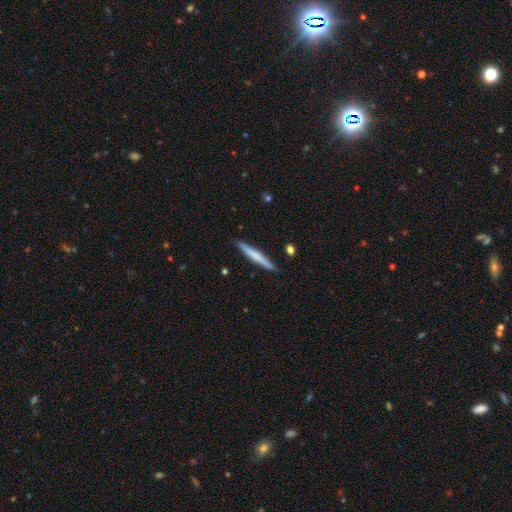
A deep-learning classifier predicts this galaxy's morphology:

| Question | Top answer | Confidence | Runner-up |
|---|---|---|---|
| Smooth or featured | smooth | 56% | featured or disk (39%) |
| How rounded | cigar-shaped | 95% | in between (3%) |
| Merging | none | 89% | minor disturbance (8%) |